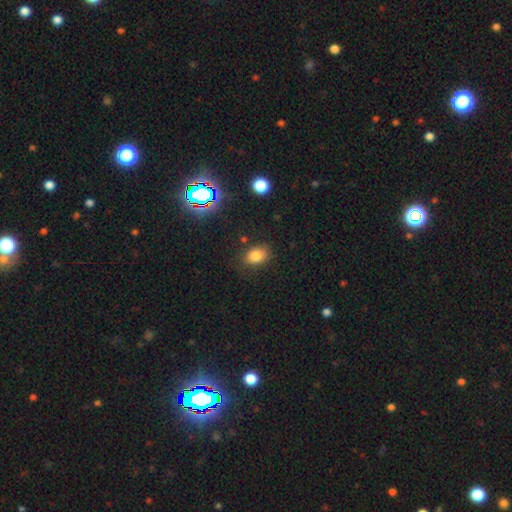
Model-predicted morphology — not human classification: The model was most divided on "how rounded": in between: 77%, round: 22%, cigar-shaped: 1%. More confident: smooth or featured — smooth (81%); merging — none (79%).